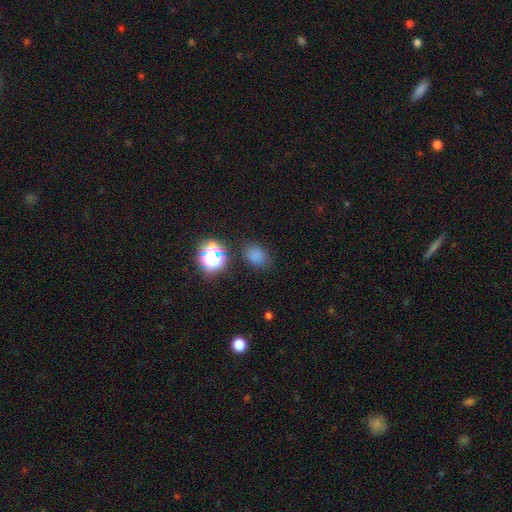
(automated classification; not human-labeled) Morphology: type=smooth (74%); roundness=in between (57%); merging=none (80%).